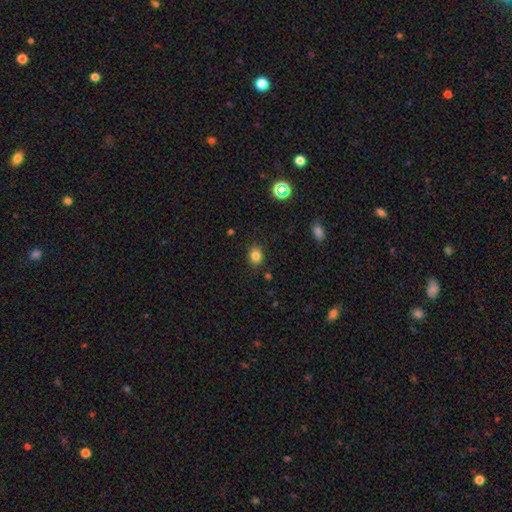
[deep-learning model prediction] The model was most divided on "how rounded": round: 56%, in between: 43%, cigar-shaped: 1%. More confident: merging — none (86%); smooth or featured — smooth (82%).